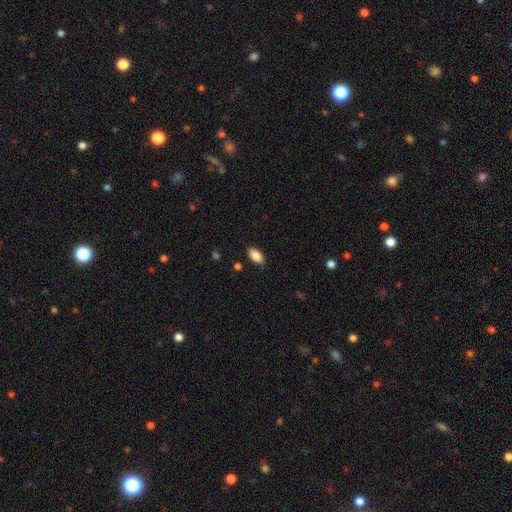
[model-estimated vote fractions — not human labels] Q: Smooth or featured?
A: smooth (87%); runner-up: star or artifact (7%)
Q: How rounded?
A: in between (93%); runner-up: cigar-shaped (4%)
Q: Merging?
A: none (80%); runner-up: minor disturbance (16%)